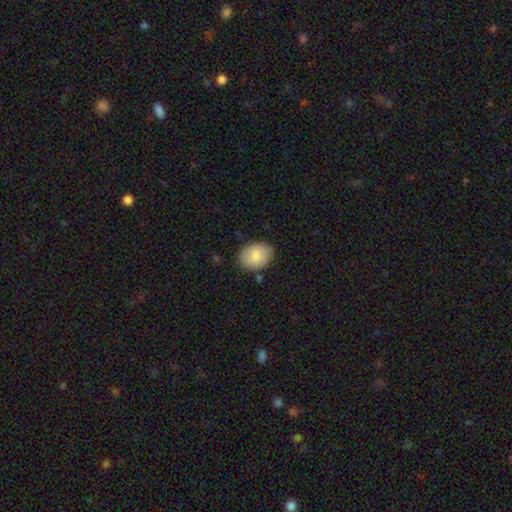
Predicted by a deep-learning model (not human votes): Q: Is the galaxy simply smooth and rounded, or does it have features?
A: smooth — 82%.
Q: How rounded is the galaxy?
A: in between — 72%.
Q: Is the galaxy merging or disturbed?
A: none — 83%.